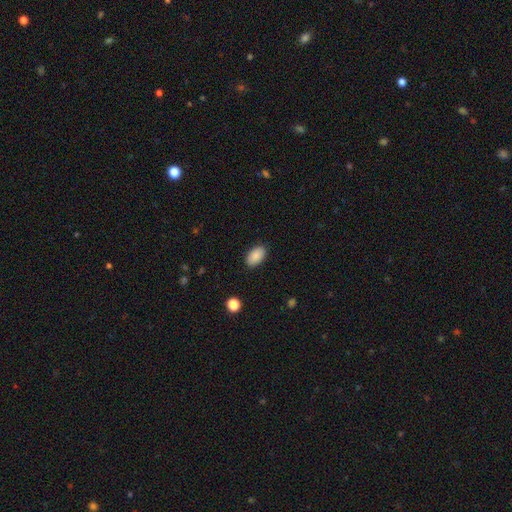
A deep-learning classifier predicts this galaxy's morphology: This is clearly a smooth galaxy (88%). How rounded: clearly in between (94%). Merging: clearly none (88%).